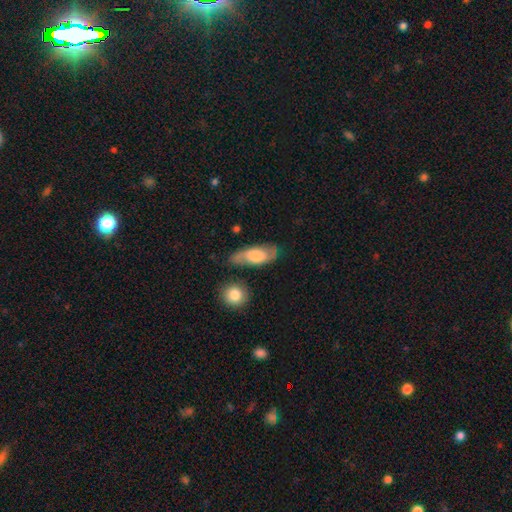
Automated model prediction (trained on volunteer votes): smooth 55%, featured or disk 38%, star or artifact 7%. Down the decision tree: how rounded — in between (76%); merging — none (68%).